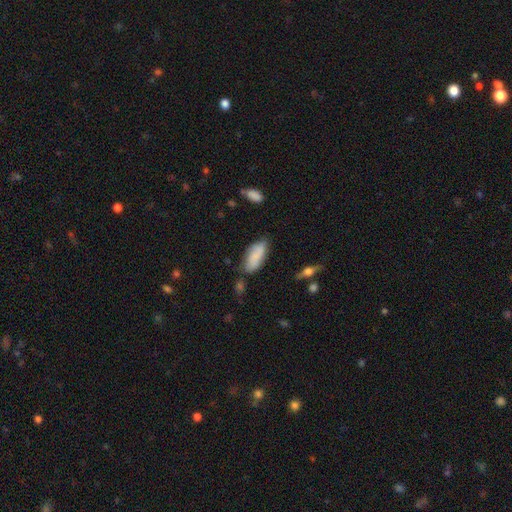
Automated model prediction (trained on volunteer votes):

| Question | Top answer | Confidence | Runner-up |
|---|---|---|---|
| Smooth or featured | smooth | 78% | featured or disk (15%) |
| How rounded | in between | 83% | cigar-shaped (15%) |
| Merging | none | 62% | minor disturbance (26%) |